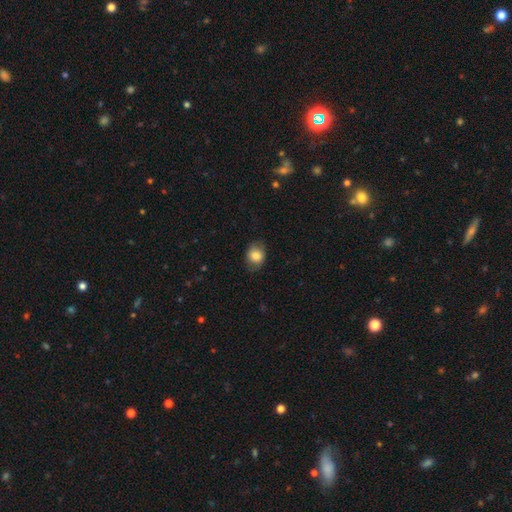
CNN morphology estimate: Smooth or featured?
  - smooth: 80% *
  - featured or disk: 12%
  - star or artifact: 8%
How rounded?
  - in between: 55% *
  - round: 44%
  - cigar-shaped: 1%
Merging?
  - none: 78% *
  - minor disturbance: 17%
  - major disturbance: 5%
  - merger: 1%